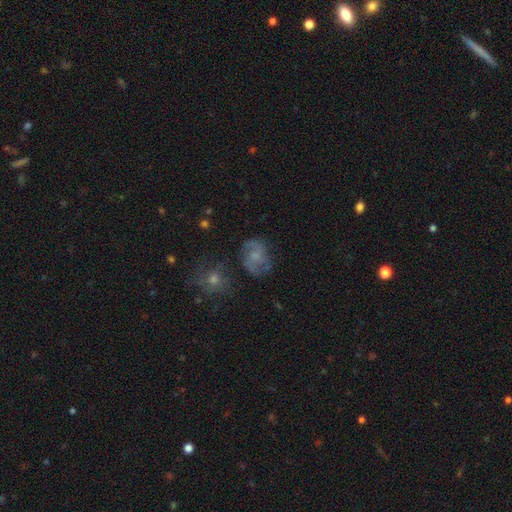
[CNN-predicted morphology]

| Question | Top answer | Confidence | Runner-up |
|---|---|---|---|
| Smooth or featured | featured or disk | 64% | smooth (25%) |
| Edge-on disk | no | 98% | yes (2%) |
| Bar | no | 59% | weak (35%) |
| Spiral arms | yes | 87% | no (13%) |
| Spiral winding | medium | 50% | loose (31%) |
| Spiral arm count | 2 | 78% | can't tell (11%) |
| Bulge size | small | 36% | none (32%) |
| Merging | none | 64% | minor disturbance (20%) |